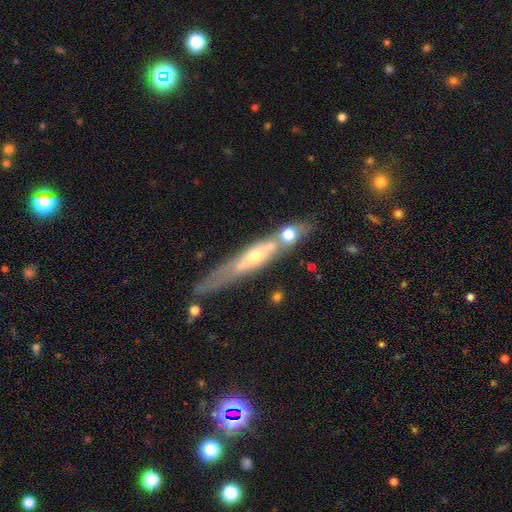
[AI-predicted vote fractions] A featured or disk galaxy (70%) viewed edge-on (68%). Merging: none (63%).